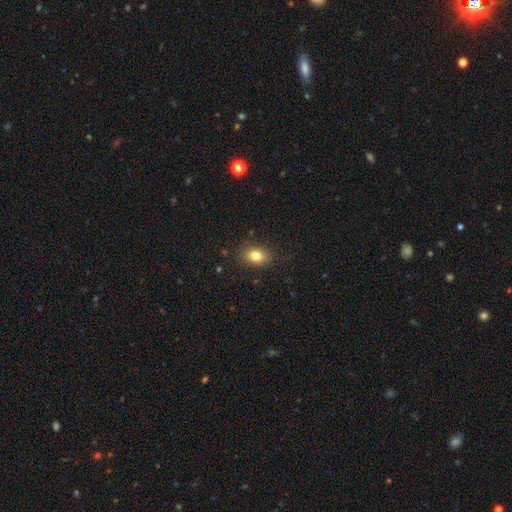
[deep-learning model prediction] This is clearly a smooth galaxy (80%). How rounded: likely in between (69%). Merging: clearly none (85%).